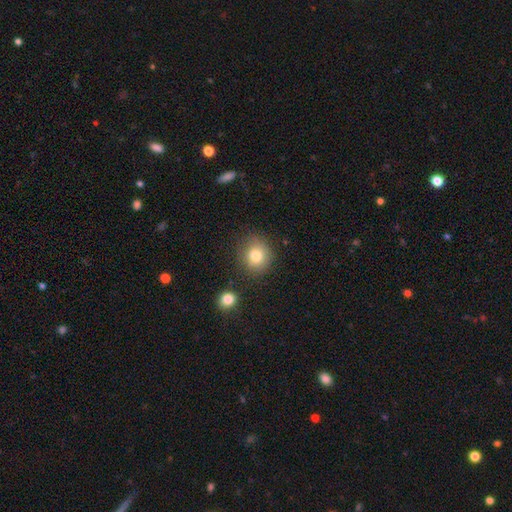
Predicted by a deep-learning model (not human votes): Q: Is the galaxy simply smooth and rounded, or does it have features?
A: smooth — 80%.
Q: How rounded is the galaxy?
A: round — 84%.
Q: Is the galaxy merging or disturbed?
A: none — 80%.